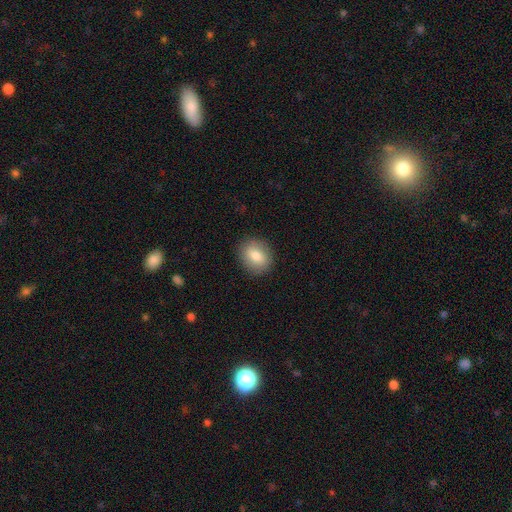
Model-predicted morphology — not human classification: type=smooth (79%); roundness=in between (50%); merging=none (88%).